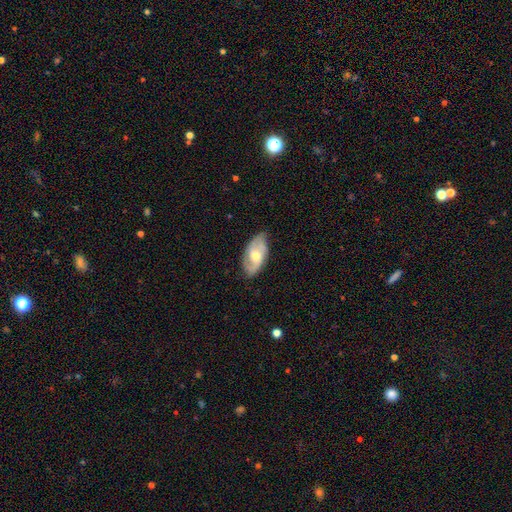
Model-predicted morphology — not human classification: Smooth or featured?
  - featured or disk: 66% *
  - smooth: 29%
  - star or artifact: 6%
Edge-on disk?
  - no: 92% *
  - yes: 8%
Bar?
  - no: 57% *
  - weak: 34%
  - strong: 9%
Spiral arms?
  - yes: 85% *
  - no: 15%
Spiral winding?
  - medium: 45% *
  - tight: 32%
  - loose: 23%
Spiral arm count?
  - 2: 62% *
  - can't tell: 18%
  - 3: 11%
  - 1: 5%
  - 4: 2%
  - more than 4: 2%
Bulge size?
  - moderate: 65% *
  - small: 28%
  - large: 4%
  - none: 1%
  - dominant: 1%
Merging?
  - none: 71% *
  - minor disturbance: 23%
  - major disturbance: 5%
  - merger: 1%